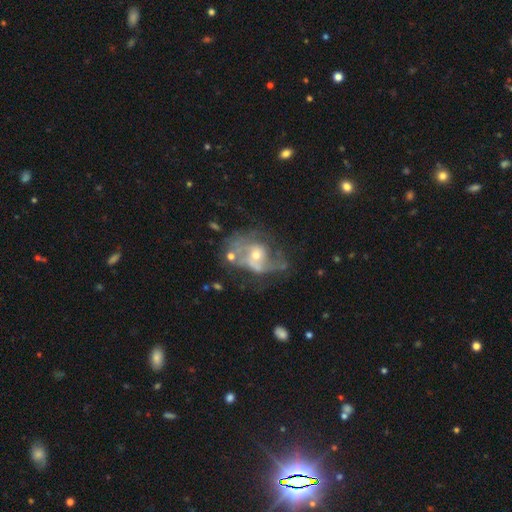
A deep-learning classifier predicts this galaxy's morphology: This is likely a featured or disk galaxy (75%). It is clearly not viewed edge-on (97%). Bar: likely no (67%). Spiral arm pattern: likely yes (73%). Spiral arm count: possibly 2 (49%). Spiral winding: marginally medium (40%). Central bulge: possibly moderate (48%). Merging: marginally none (38%).